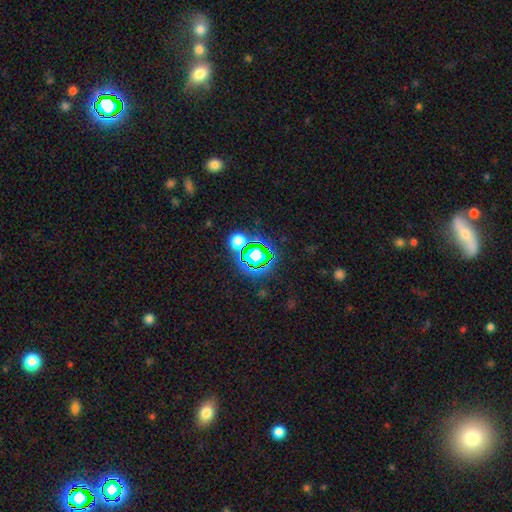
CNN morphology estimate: Smooth or featured? star or artifact (67%)